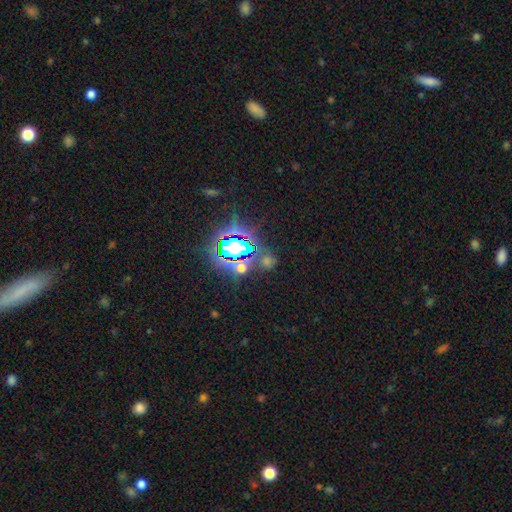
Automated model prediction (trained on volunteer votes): Smooth or featured: star or artifact — 80% (smooth — 12%)